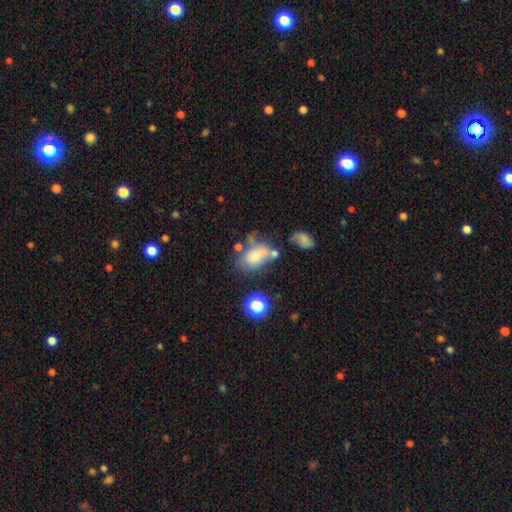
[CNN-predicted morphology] This is likely a smooth galaxy (66%). How rounded: clearly in between (86%). Merging: marginally none (30%).